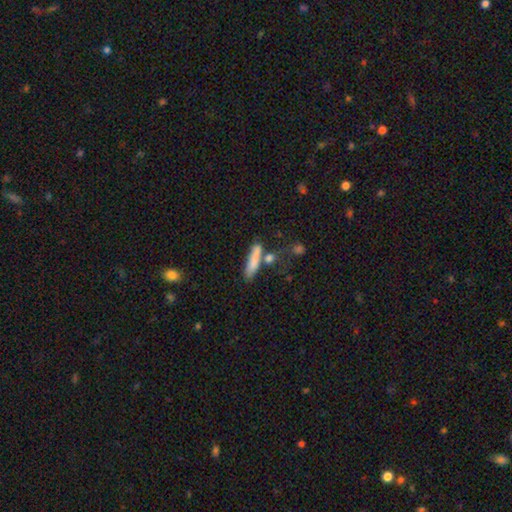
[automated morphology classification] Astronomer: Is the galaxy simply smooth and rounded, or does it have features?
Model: smooth — 80%.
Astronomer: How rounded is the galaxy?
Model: cigar-shaped — 74%.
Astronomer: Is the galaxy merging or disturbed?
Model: none — 59%.